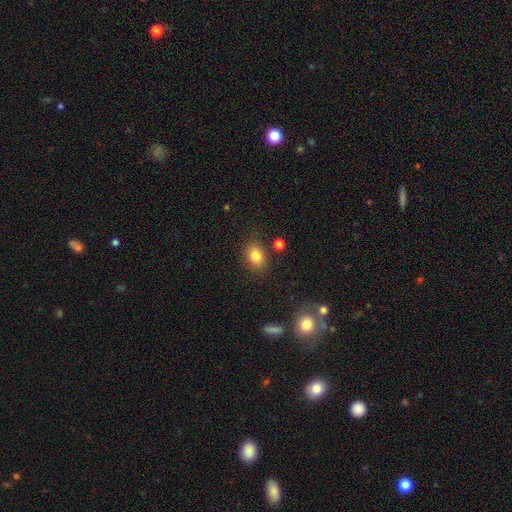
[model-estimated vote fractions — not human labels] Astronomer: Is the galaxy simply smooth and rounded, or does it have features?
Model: smooth — 83%.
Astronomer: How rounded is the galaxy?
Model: in between — 68%.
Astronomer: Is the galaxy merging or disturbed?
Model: none — 80%.